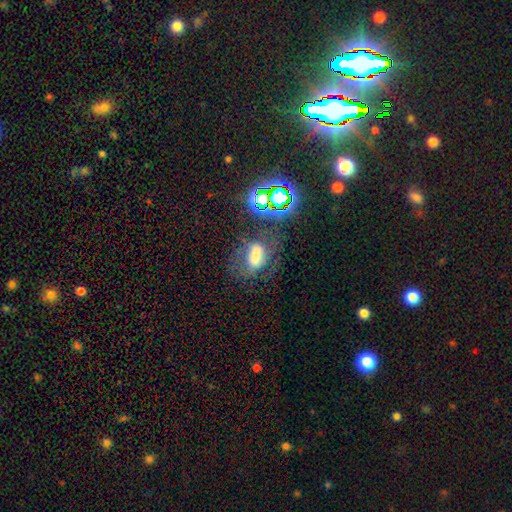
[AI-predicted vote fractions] Smooth or featured? smooth (47%)
Merging? none (49%)